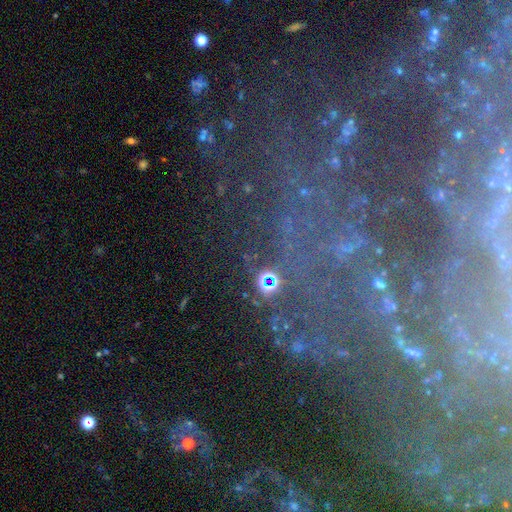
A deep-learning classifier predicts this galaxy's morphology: A featured or disk galaxy (50%).

Vote fractions:
- Smooth or featured? featured or disk: 50% / star or artifact: 37% / smooth: 13%
- Merging? none: 64% / minor disturbance: 16% / major disturbance: 14% / merger: 5%